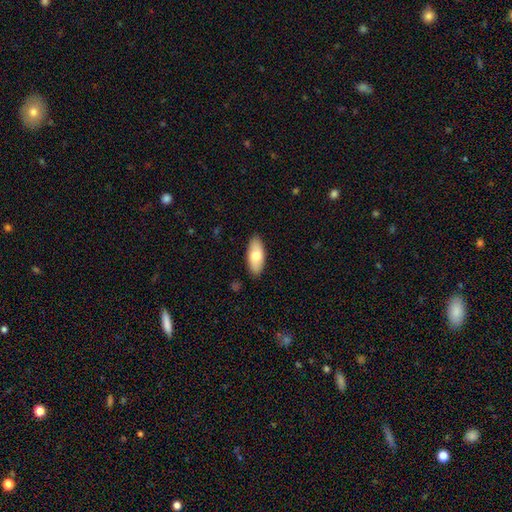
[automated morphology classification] This appears to be a smooth galaxy with no disk features (74%) that is in between round and cigar-shaped (86%). Merging: none (88%).